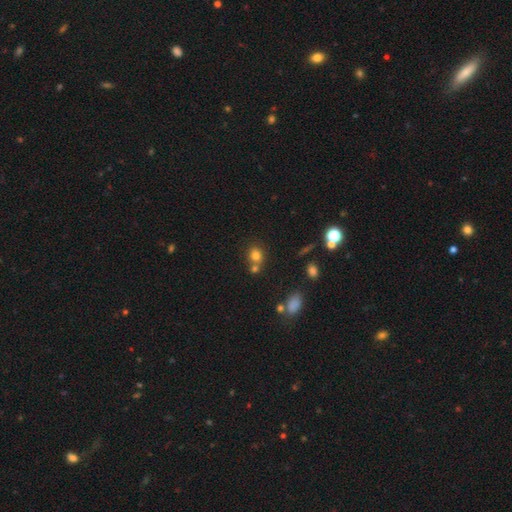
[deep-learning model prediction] Smooth or featured? Predicted: smooth (p=0.76). How rounded? Predicted: round (p=0.72). Merging? Predicted: none (p=0.54).